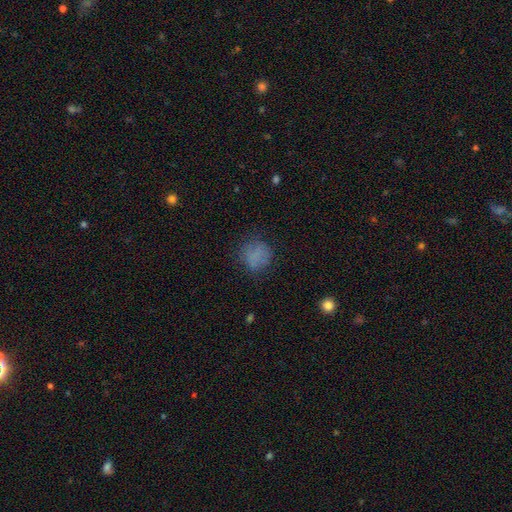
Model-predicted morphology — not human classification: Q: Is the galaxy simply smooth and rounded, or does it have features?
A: smooth — 71%.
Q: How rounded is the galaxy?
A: round — 82%.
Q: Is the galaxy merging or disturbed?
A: none — 70%.